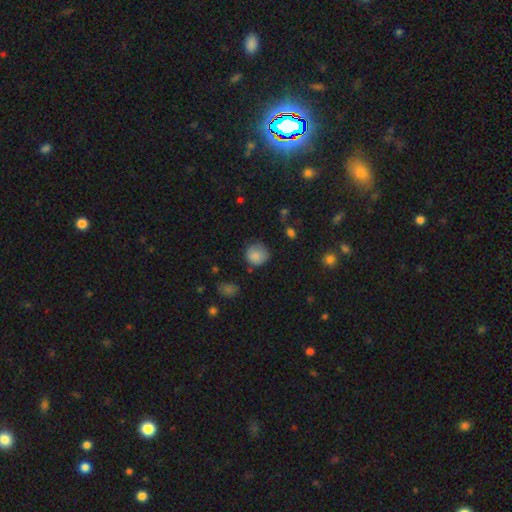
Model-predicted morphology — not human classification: smooth_or_featured: smooth (p=0.85) [alt: star or artifact p=0.09]
how_rounded: round (p=0.89) [alt: in between p=0.10]
merging: none (p=0.70) [alt: minor disturbance p=0.22]